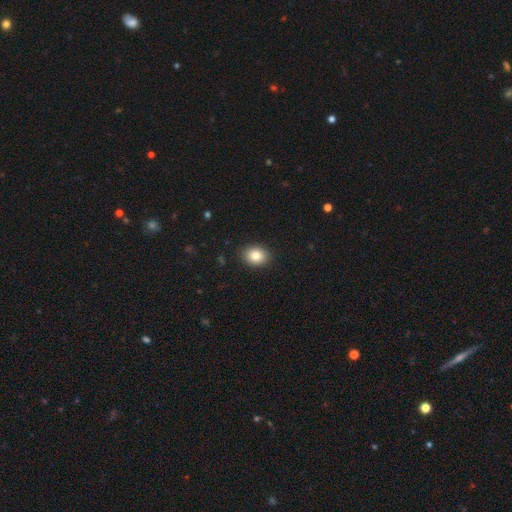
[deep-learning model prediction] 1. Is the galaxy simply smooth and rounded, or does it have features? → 83% smooth, 9% star or artifact, 7% featured or disk.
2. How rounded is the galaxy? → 53% in between, 46% round, 1% cigar-shaped.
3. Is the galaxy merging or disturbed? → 90% none, 8% minor disturbance, 2% major disturbance, 1% merger.